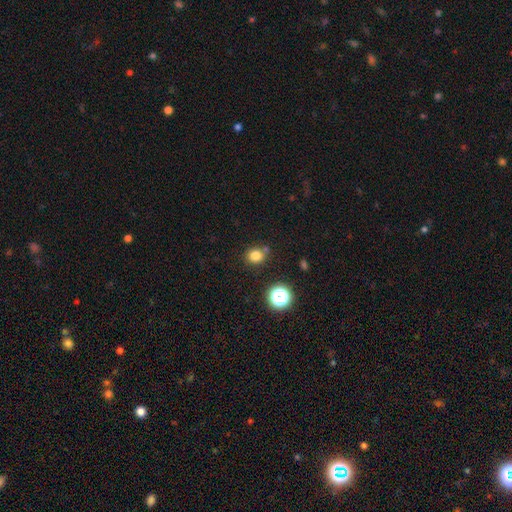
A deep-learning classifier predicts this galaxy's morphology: A smooth galaxy with no disk features (79%) that is round (77%).

Vote fractions:
- Smooth or featured? smooth: 79% / star or artifact: 15% / featured or disk: 6%
- How rounded? round: 77% / in between: 22% / cigar-shaped: 1%
- Merging? none: 77% / minor disturbance: 12% / merger: 8% / major disturbance: 3%